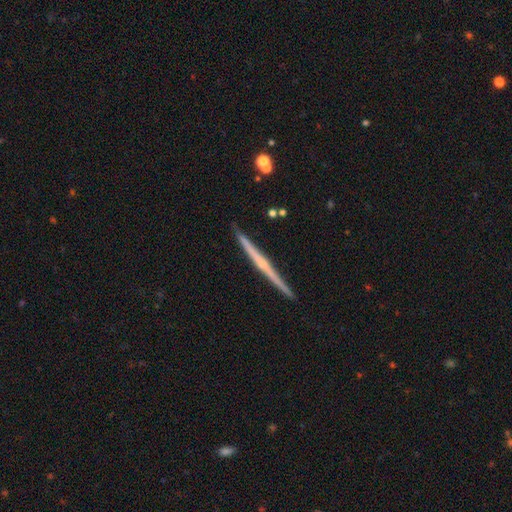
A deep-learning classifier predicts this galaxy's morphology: Smooth or featured? Predicted: featured or disk (p=0.74). Edge-on disk? Predicted: yes (p=0.98). Edge-on bulge? Predicted: none (p=0.51). Merging? Predicted: none (p=0.92).